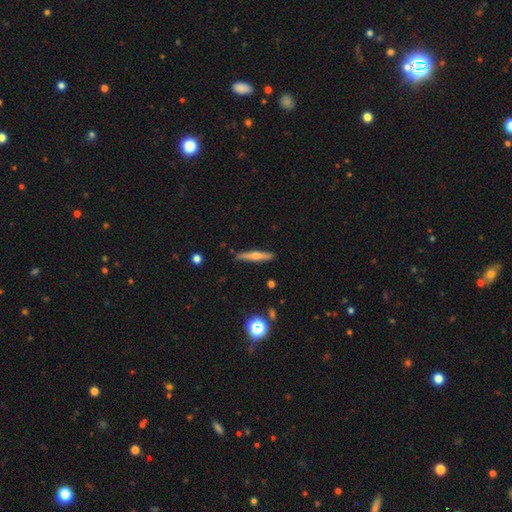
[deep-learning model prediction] This appears to be a featured or disk galaxy (48%). Merging: none (88%).